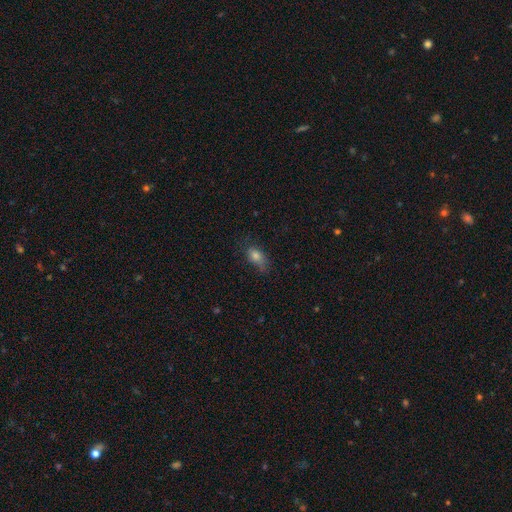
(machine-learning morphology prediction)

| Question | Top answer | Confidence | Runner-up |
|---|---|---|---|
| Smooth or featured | smooth | 74% | featured or disk (14%) |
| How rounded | in between | 77% | round (14%) |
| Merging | none | 55% | minor disturbance (30%) |